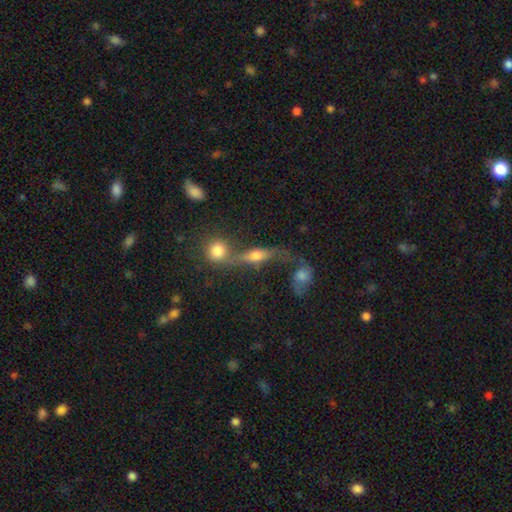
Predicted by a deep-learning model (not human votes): Overall: featured or disk (53%; smooth 32%). Edge-on disk: no (51%; yes 49%). Merging: merger (43%; none 33%).